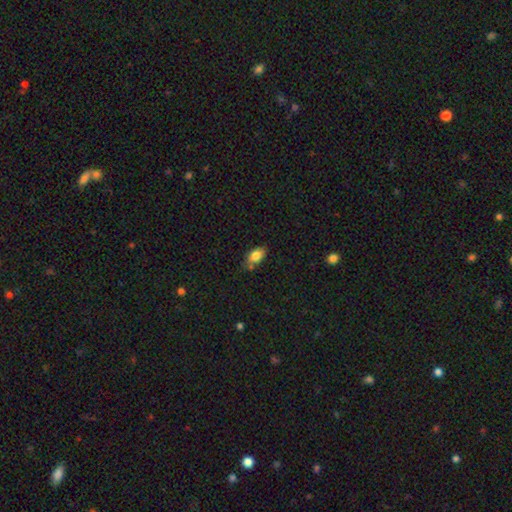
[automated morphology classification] The model was most divided on "merging": none: 67%, minor disturbance: 22%, merger: 6%, major disturbance: 4%. More confident: how rounded — in between (89%); smooth or featured — smooth (80%).